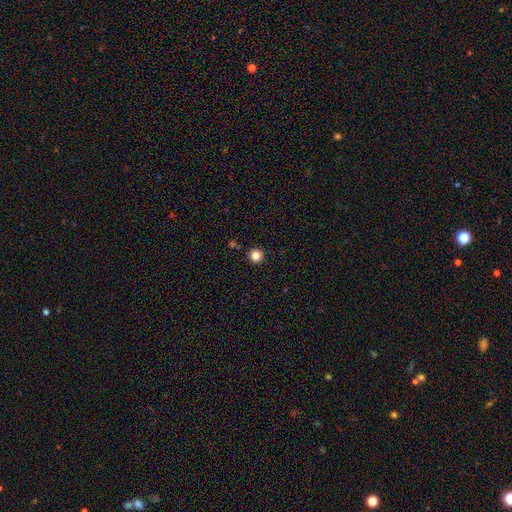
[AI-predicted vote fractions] Morphology: type=smooth (84%); roundness=round (95%); merging=none (90%).